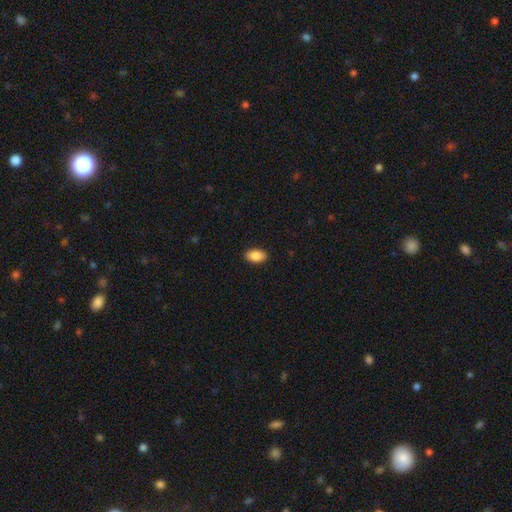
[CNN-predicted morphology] Q: Smooth or featured?
A: smooth (88%); runner-up: star or artifact (7%)
Q: How rounded?
A: in between (93%); runner-up: round (5%)
Q: Merging?
A: none (90%); runner-up: minor disturbance (7%)